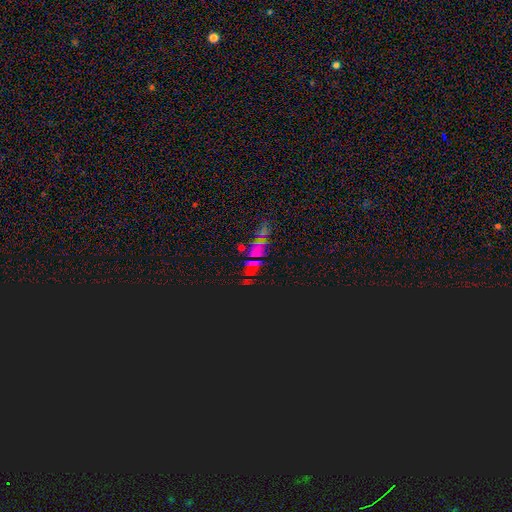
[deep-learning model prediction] A star or artifact, not a galaxy (61%).

Vote fractions:
- Smooth or featured? star or artifact: 61% / smooth: 26% / featured or disk: 13%